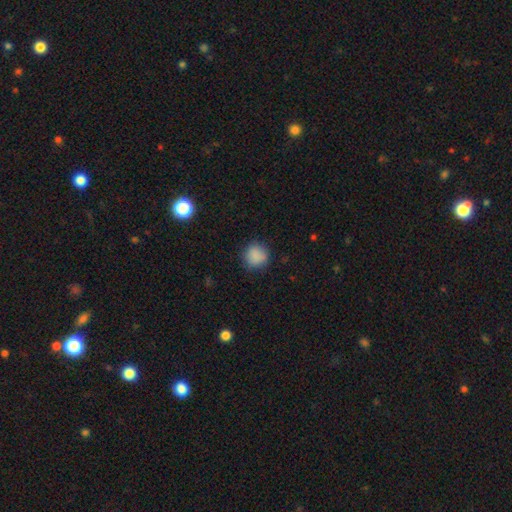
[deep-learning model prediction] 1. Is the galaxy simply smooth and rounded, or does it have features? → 86% smooth, 10% star or artifact, 4% featured or disk.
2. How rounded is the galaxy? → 89% round, 10% in between, 1% cigar-shaped.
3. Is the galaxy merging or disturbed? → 83% none, 13% minor disturbance, 3% major disturbance, 1% merger.